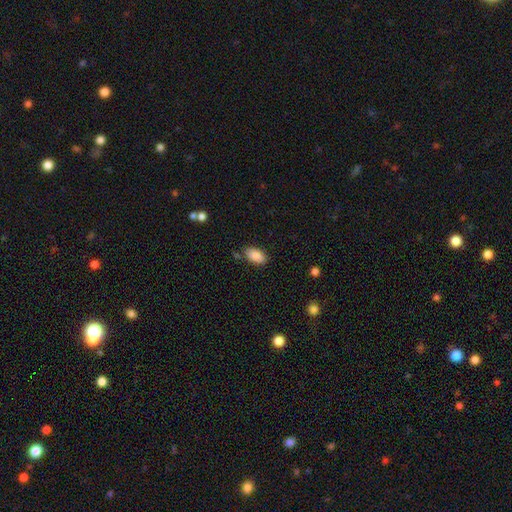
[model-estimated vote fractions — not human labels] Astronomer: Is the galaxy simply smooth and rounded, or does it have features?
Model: smooth — 88%.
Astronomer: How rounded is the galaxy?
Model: in between — 94%.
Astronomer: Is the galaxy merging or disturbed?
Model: none — 81%.